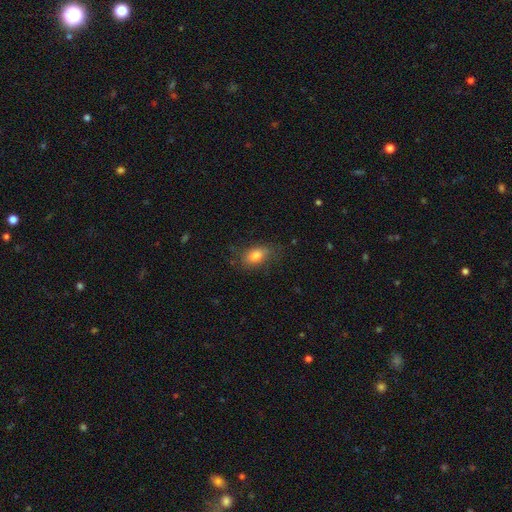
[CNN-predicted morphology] Smooth or featured? smooth (80%)
How rounded? in between (85%)
Merging? none (74%)